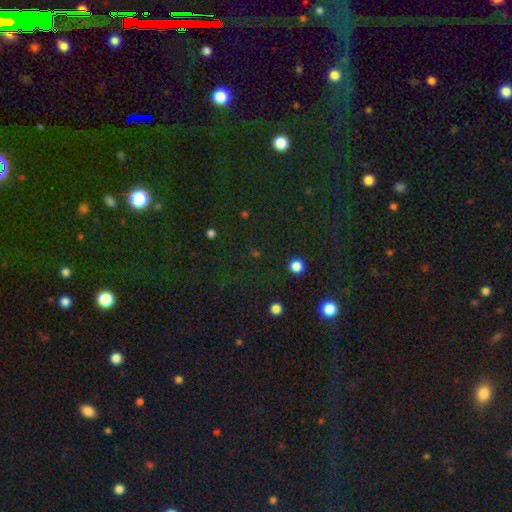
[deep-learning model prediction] Morphology: type=star or artifact (67%).